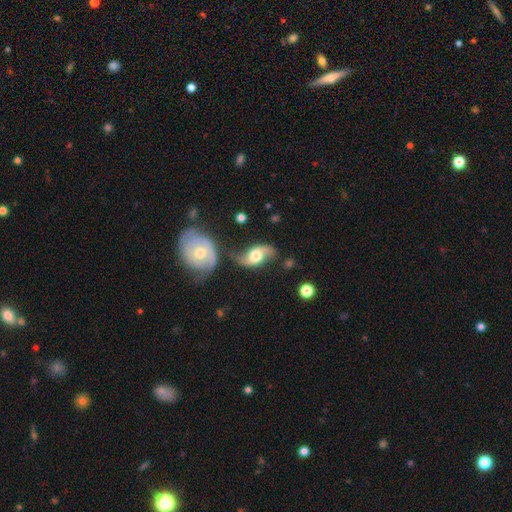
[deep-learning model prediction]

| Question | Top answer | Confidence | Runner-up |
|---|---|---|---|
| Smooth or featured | featured or disk | 78% | smooth (16%) |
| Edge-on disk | no | 95% | yes (5%) |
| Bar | no | 61% | weak (31%) |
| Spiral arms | yes | 93% | no (7%) |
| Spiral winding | loose | 70% | medium (23%) |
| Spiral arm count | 2 | 92% | can't tell (3%) |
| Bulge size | moderate | 57% | large (31%) |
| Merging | none | 58% | minor disturbance (20%) |